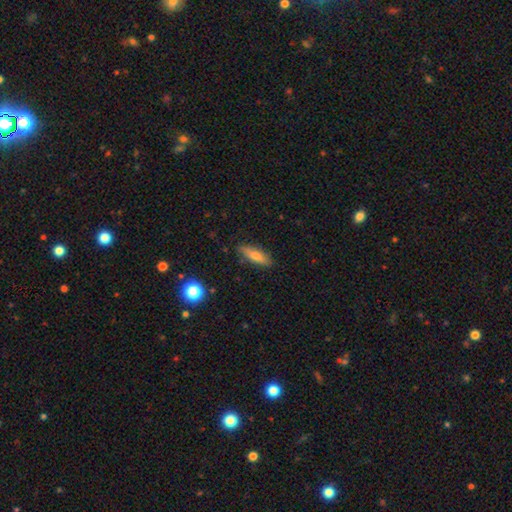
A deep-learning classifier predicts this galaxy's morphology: smooth 68%, featured or disk 25%, star or artifact 7%. Down the decision tree: how rounded — cigar-shaped (53%); merging — none (86%).